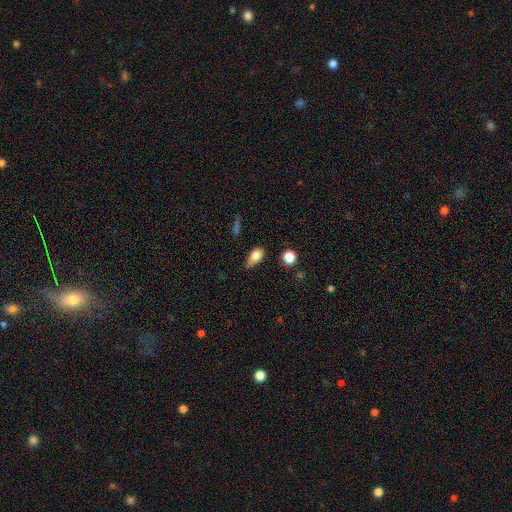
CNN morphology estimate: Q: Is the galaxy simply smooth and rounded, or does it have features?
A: smooth — 80%.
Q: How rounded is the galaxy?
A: in between — 76%.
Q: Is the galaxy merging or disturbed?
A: minor disturbance — 46%.